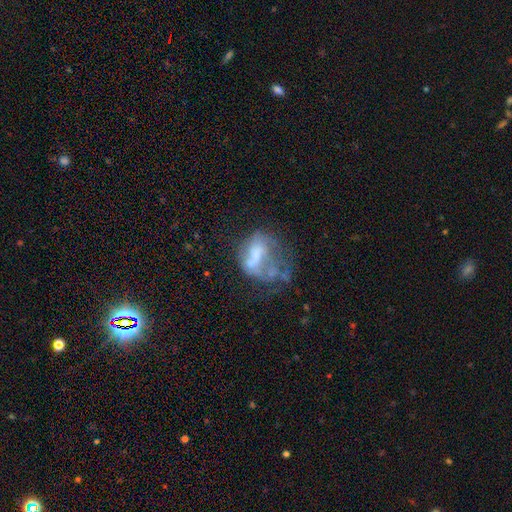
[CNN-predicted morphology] The model was most divided on "bulge size": none: 40%, moderate: 28%, small: 18%, large: 11%, dominant: 2%. Remaining: edge-on disk — no (97%); spiral arms — no (77%); bar — no (67%); smooth or featured — featured or disk (54%); merging — major disturbance (41%).